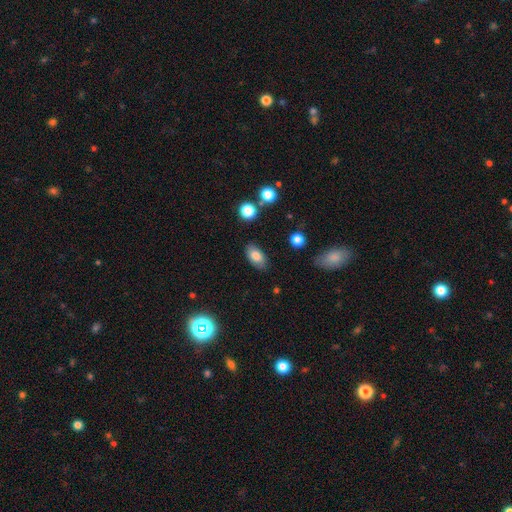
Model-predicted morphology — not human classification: smooth_or_featured: smooth (p=0.80) [alt: featured or disk p=0.12]
how_rounded: in between (p=0.93) [alt: round p=0.05]
merging: none (p=0.83) [alt: minor disturbance p=0.12]